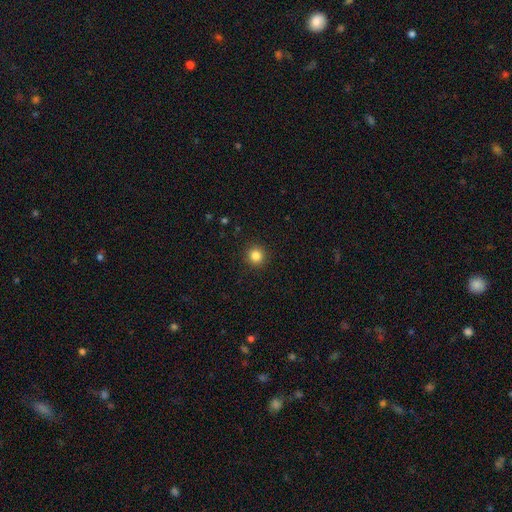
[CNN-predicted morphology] The model was most divided on "smooth or featured": smooth: 84%, star or artifact: 12%, featured or disk: 4%. More confident: how rounded — round (94%); merging — none (92%).